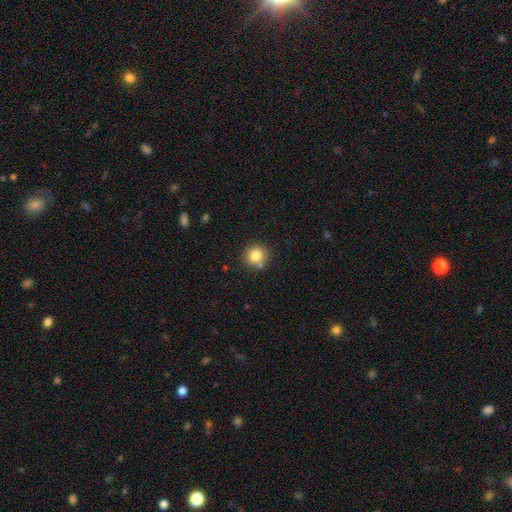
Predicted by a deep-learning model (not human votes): Overall: smooth (81%). How rounded: round (91%). Merging: none (77%).